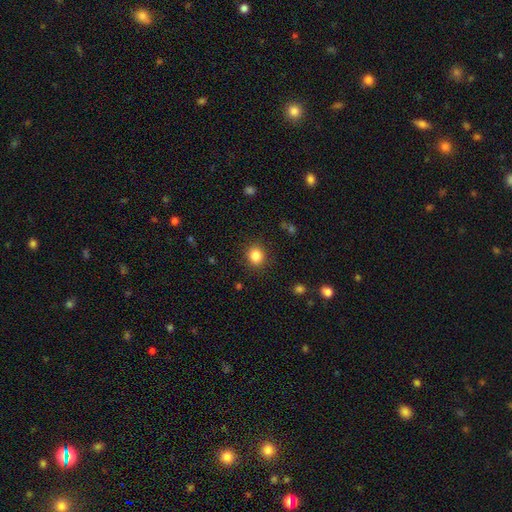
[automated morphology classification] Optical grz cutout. It shows a smooth galaxy with no disk features (84%) that is round (81%). Merging: none (88%).